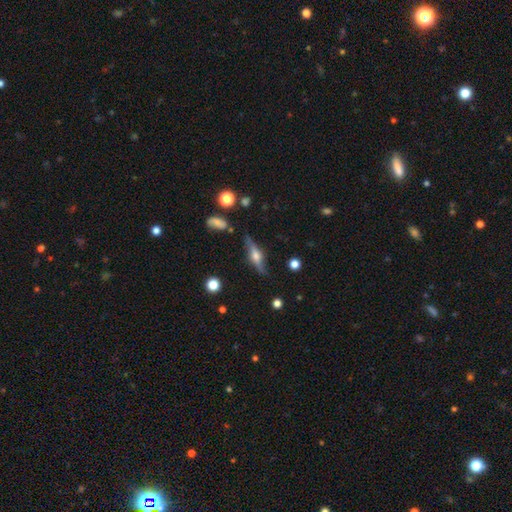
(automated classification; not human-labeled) Q: Smooth or featured?
A: featured or disk (70%); runner-up: smooth (23%)
Q: Edge-on disk?
A: yes (91%); runner-up: no (9%)
Q: Edge-on bulge?
A: rounded (89%); runner-up: boxy (8%)
Q: Merging?
A: none (78%); runner-up: minor disturbance (15%)